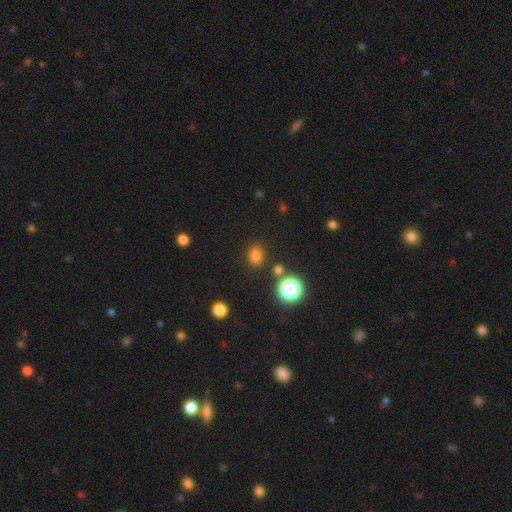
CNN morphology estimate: Overall: smooth (77%). How rounded: round (52%; in between 47%). Merging: none (84%).